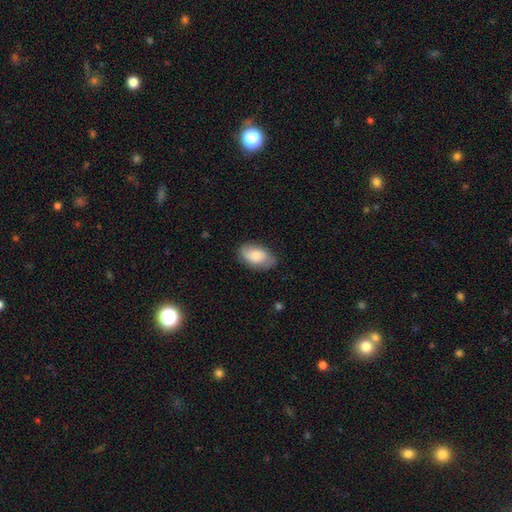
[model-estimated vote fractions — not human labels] This appears to be a smooth galaxy with no disk features (70%) that is in between round and cigar-shaped (93%). Merging: none (76%).